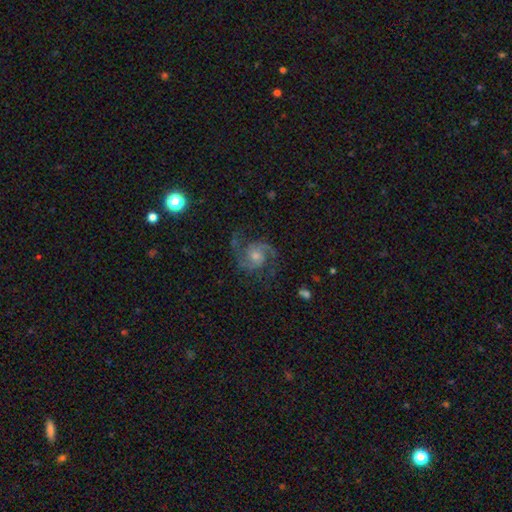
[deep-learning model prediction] This appears to be a featured or disk galaxy (90%) with no bar (61%), 2 (92%) medium (63%) spiral arms (98%) and a small central bulge (46%). Merging: none (79%).